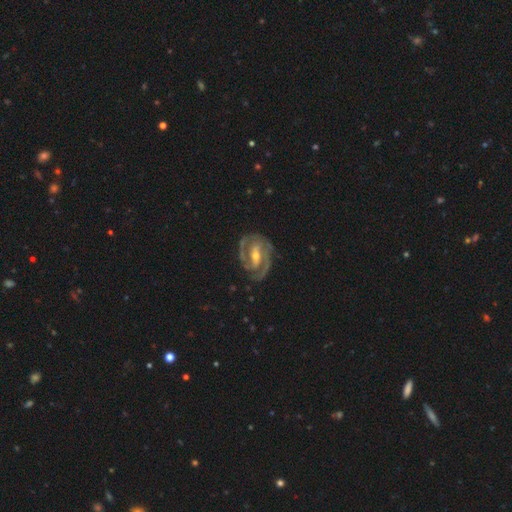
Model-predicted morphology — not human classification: type=featured or disk (92%); edge-on=no (97%); bar=strong (54%); spiral arms=yes (98%); winding=tight (53%); arm count=2 (79%); bulge=moderate (54%); merging=none (80%).